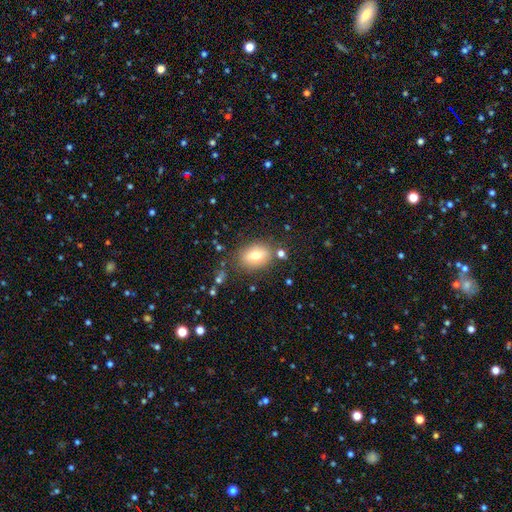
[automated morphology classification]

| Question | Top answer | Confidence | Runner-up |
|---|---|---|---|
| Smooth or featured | smooth | 74% | featured or disk (16%) |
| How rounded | in between | 79% | round (19%) |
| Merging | none | 78% | minor disturbance (13%) |